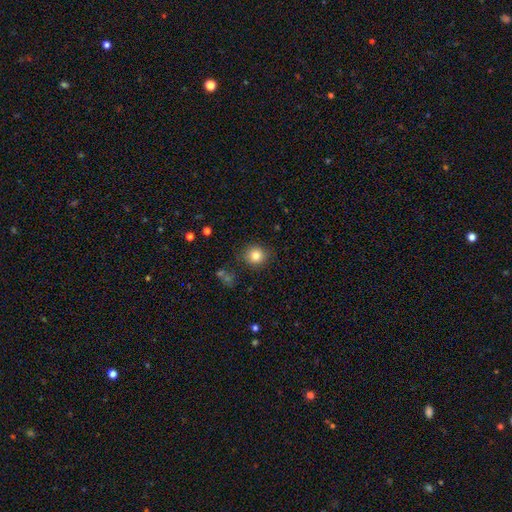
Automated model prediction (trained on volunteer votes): Smooth or featured: smooth — 82% (star or artifact — 11%)
How rounded: round — 86% (in between — 13%)
Merging: none — 86% (minor disturbance — 9%)